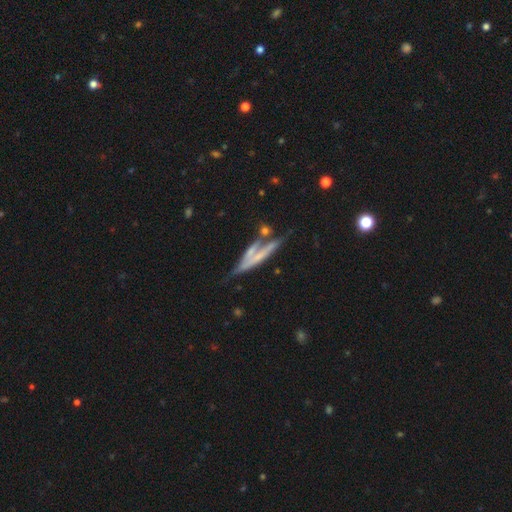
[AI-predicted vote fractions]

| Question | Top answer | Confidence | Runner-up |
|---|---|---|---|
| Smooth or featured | featured or disk | 57% | smooth (35%) |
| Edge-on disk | yes | 73% | no (27%) |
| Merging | merger | 37% | none (35%) |